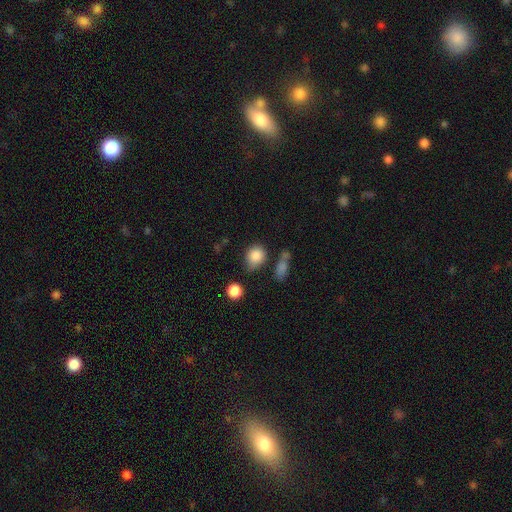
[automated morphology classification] Smooth or featured? Predicted: smooth (p=0.84). How rounded? Predicted: round (p=0.59). Merging? Predicted: none (p=0.57).